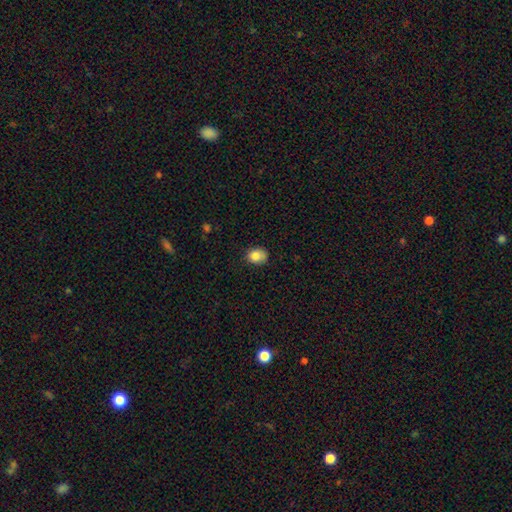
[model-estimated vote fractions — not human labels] smooth_or_featured: smooth (p=0.83) [alt: star or artifact p=0.10]
how_rounded: round (p=0.62) [alt: in between p=0.37]
merging: none (p=0.71) [alt: minor disturbance p=0.24]